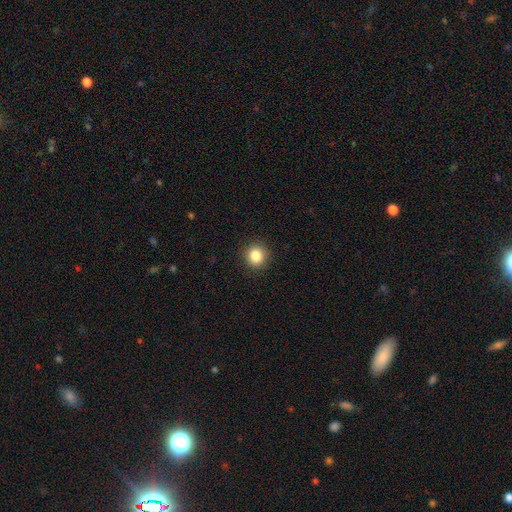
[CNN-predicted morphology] This is clearly a smooth galaxy (85%). How rounded: clearly round (88%). Merging: clearly none (91%).